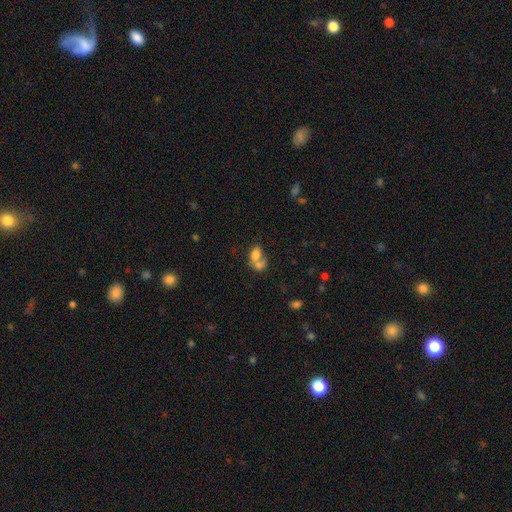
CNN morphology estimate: A smooth galaxy with no disk features (72%) that is in between round and cigar-shaped (75%). Merging: merger (67%).